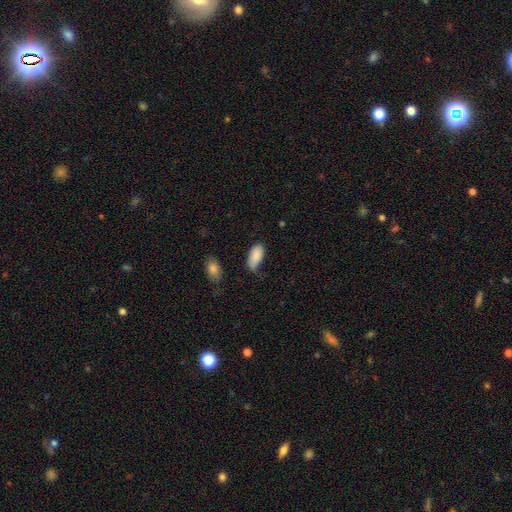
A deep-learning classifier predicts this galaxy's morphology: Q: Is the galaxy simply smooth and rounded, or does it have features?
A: smooth — 87%.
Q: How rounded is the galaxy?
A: in between — 94%.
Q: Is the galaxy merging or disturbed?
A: none — 44%.